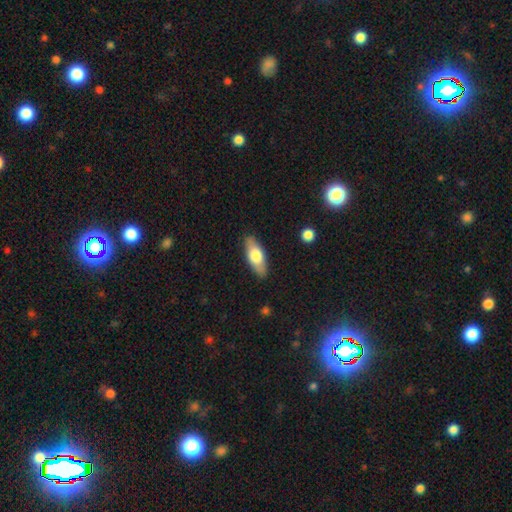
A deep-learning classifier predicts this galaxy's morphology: Smooth or featured? smooth (66%)
How rounded? in between (77%)
Merging? none (86%)